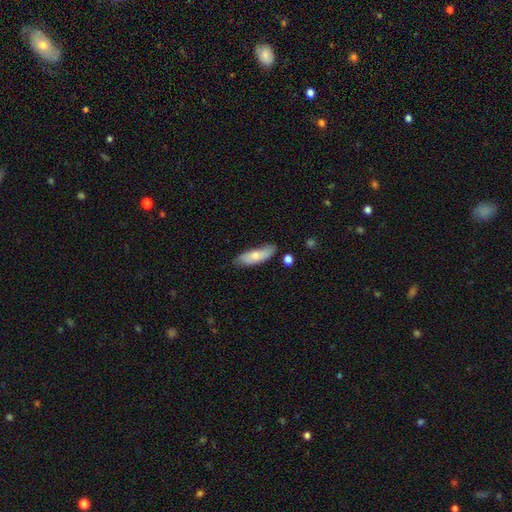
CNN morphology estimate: A smooth galaxy with no disk features (72%) that is in between round and cigar-shaped (58%). Merging: none (70%).